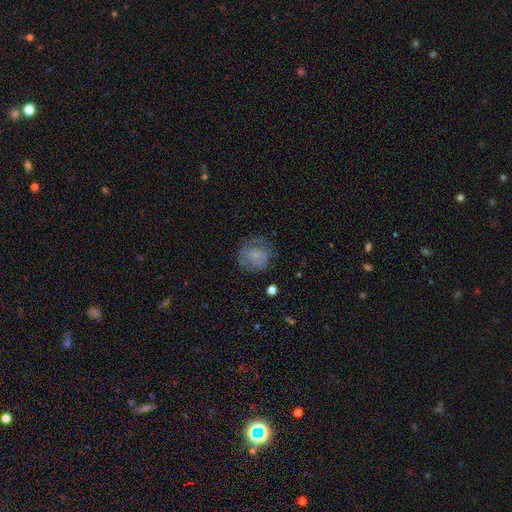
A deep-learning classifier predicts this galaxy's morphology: Overall: smooth (65%). How rounded: round (83%). Merging: none (67%).